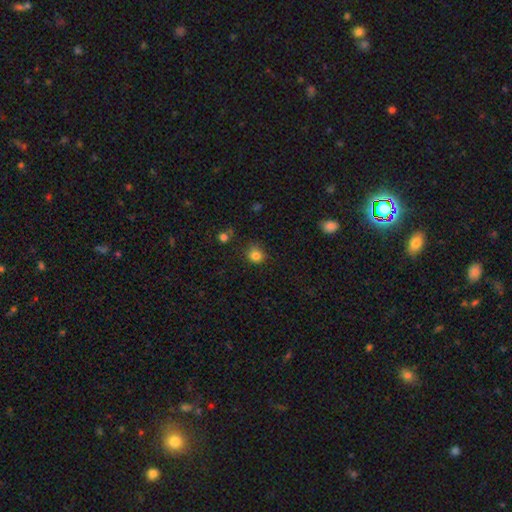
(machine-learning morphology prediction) This appears to be a smooth galaxy with no disk features (82%) that is round (82%). Merging: none (77%).